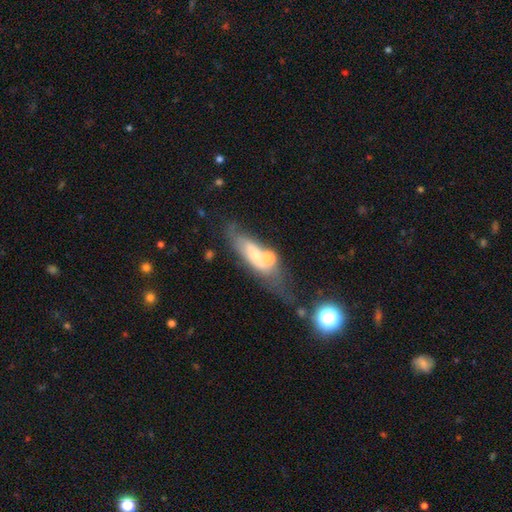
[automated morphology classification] A featured or disk galaxy (45%, tied with smooth). Merging: none (36%).